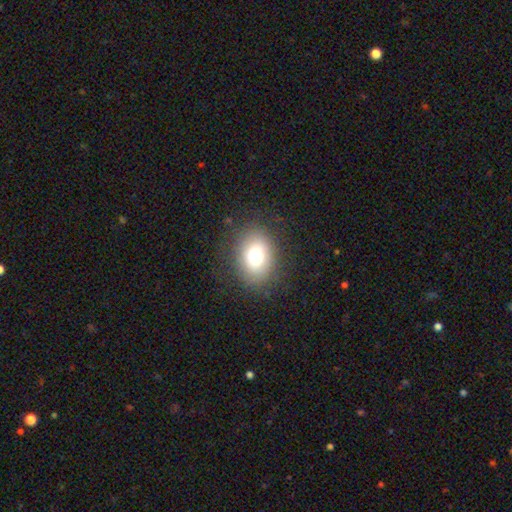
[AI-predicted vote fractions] smooth_or_featured: smooth (p=0.76) [alt: featured or disk p=0.13]
how_rounded: in between (p=0.68) [alt: round p=0.31]
merging: none (p=0.82) [alt: minor disturbance p=0.12]